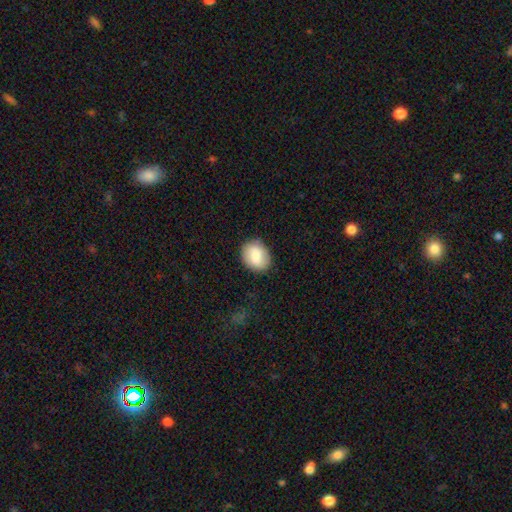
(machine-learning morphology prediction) type=smooth (78%); roundness=in between (50%); merging=none (84%).